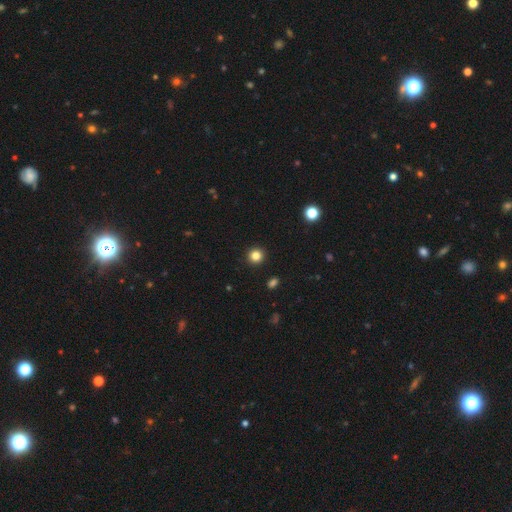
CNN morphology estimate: The model was most divided on "smooth or featured": smooth: 84%, star or artifact: 12%, featured or disk: 4%. More confident: how rounded — round (94%); merging — none (93%).